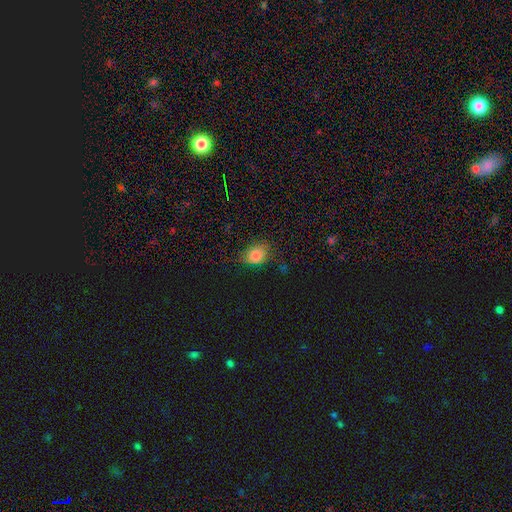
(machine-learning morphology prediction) This appears to be a smooth galaxy with no disk features (81%) that is in between round and cigar-shaped (55%). Merging: none (66%).